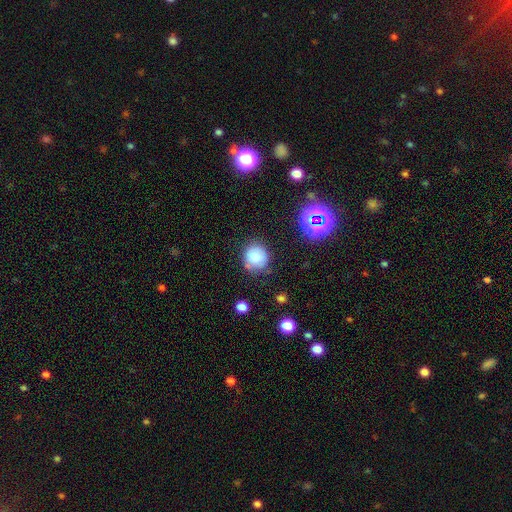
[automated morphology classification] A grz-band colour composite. It shows a smooth galaxy with no disk features (77%) that is round (85%). Merging: none (74%).